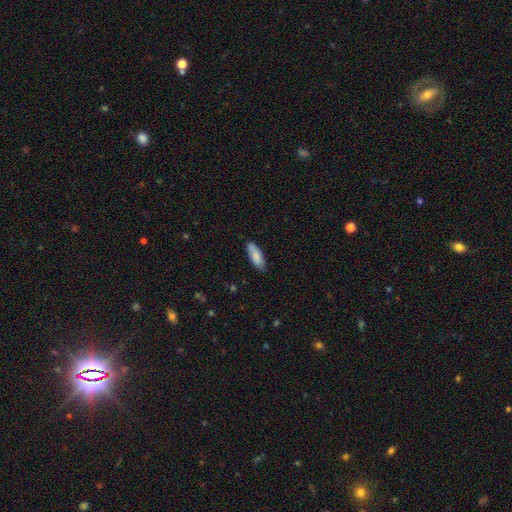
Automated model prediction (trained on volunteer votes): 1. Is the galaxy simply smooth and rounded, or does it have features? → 82% smooth, 12% featured or disk, 6% star or artifact.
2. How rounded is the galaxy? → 66% in between, 33% cigar-shaped, 2% round.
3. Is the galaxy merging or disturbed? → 82% none, 14% minor disturbance, 2% major disturbance, 1% merger.